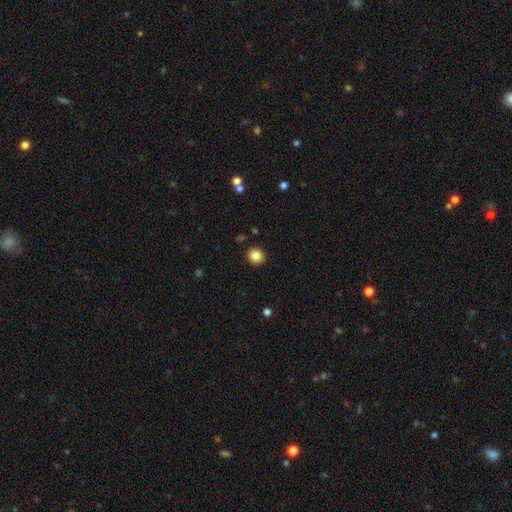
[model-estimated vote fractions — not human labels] smooth_or_featured: smooth (p=0.85) [alt: star or artifact p=0.10]
how_rounded: round (p=0.89) [alt: in between p=0.10]
merging: none (p=0.92) [alt: minor disturbance p=0.05]